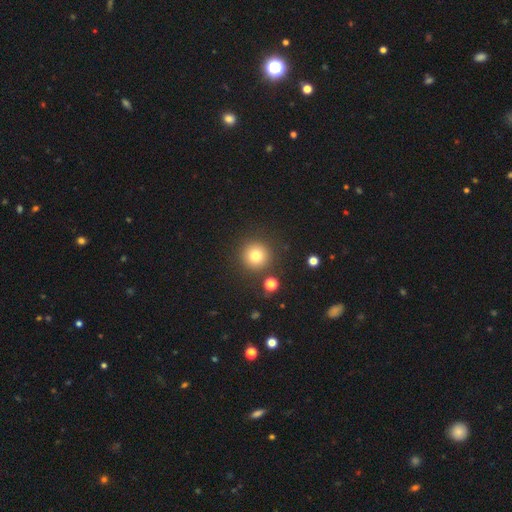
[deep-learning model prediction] smooth 79%, star or artifact 13%, featured or disk 8%. Down the decision tree: how rounded — round (95%); merging — none (88%).